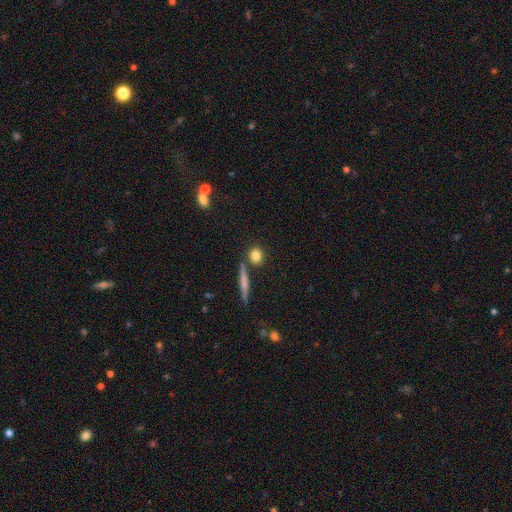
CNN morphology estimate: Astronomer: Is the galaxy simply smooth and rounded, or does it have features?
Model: smooth — 81%.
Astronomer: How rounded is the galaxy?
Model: round — 76%.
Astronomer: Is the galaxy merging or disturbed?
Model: none — 77%.